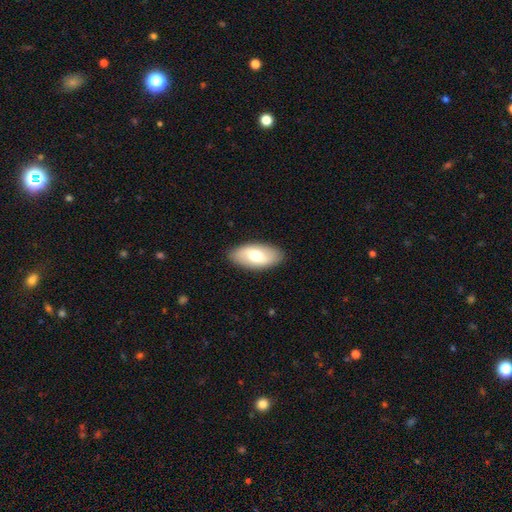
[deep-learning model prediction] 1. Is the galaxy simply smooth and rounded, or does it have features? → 61% smooth, 34% featured or disk, 6% star or artifact.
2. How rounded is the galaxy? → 93% in between, 4% cigar-shaped, 3% round.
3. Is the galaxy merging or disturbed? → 88% none, 9% minor disturbance, 2% major disturbance, 1% merger.